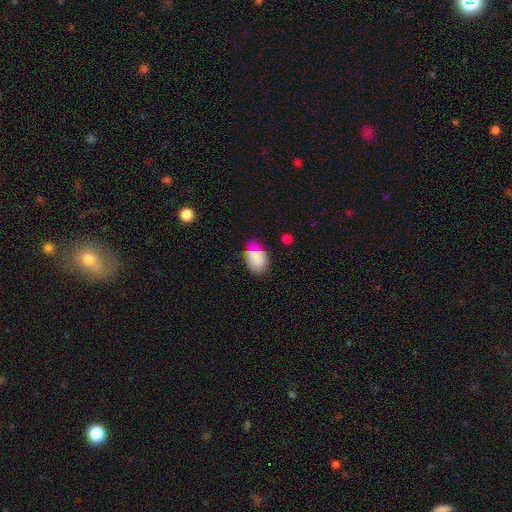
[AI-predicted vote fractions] smooth-or-featured: smooth: 81% | star or artifact: 10% | featured or disk: 9%
  how-rounded: in between: 82% | round: 17% | cigar-shaped: 1%
  merging: none: 67% | minor disturbance: 23% | major disturbance: 6% | merger: 4%